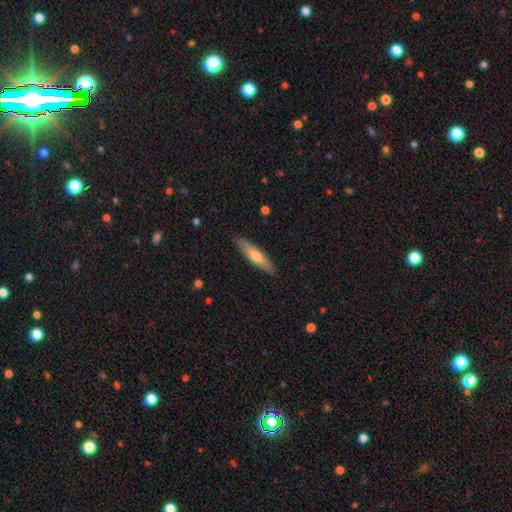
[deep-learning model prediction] Morphology: type=smooth (62%); roundness=cigar-shaped (74%); merging=none (88%).